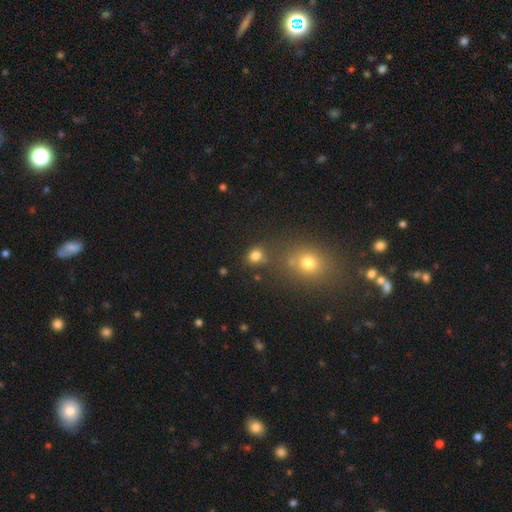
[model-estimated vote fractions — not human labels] smooth_or_featured: smooth (p=0.78) [alt: star or artifact p=0.16]
how_rounded: round (p=0.64) [alt: in between p=0.35]
merging: none (p=0.70) [alt: merger p=0.14]